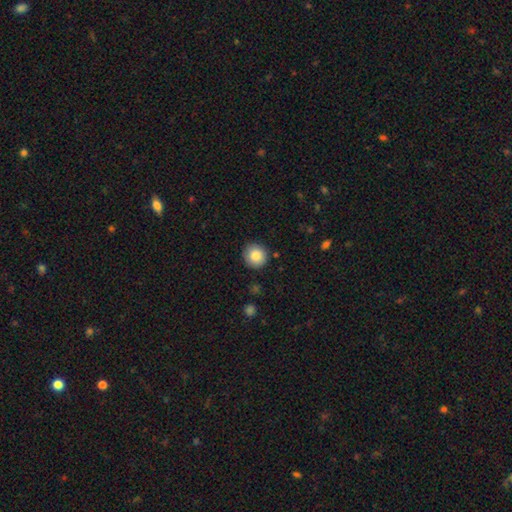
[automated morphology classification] type=smooth (86%); roundness=round (93%); merging=none (88%).